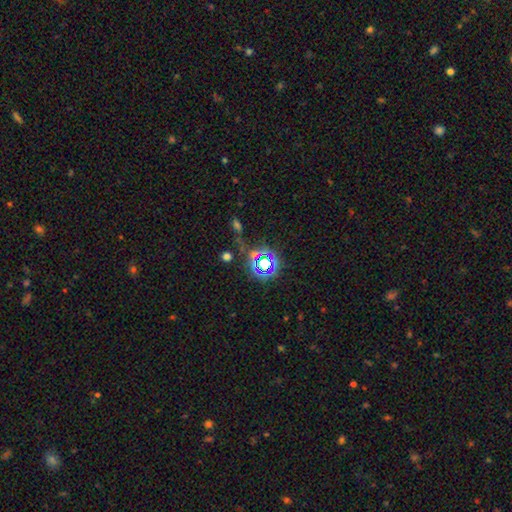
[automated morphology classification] This appears to be a star or artifact, not a galaxy (68%).